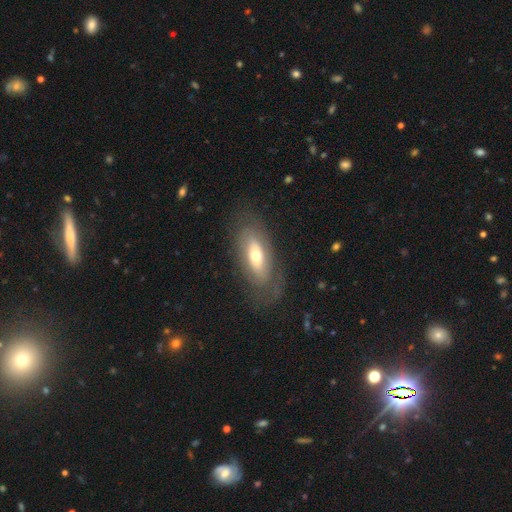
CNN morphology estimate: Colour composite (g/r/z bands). It shows a featured or disk galaxy (50%). Merging: none (74%).